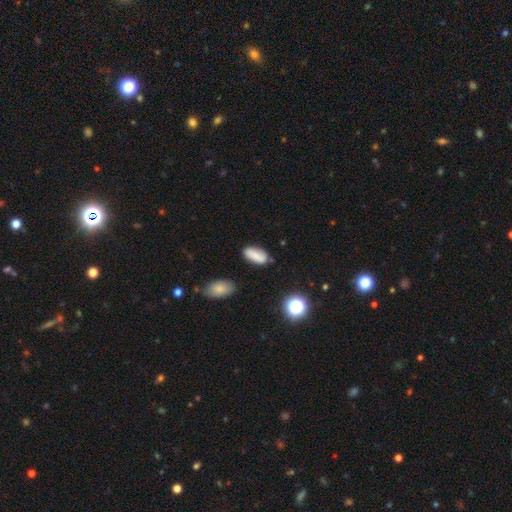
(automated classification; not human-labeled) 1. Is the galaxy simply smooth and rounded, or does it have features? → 79% smooth, 11% featured or disk, 10% star or artifact.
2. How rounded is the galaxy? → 87% in between, 9% cigar-shaped, 4% round.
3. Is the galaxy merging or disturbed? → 76% none, 16% minor disturbance, 4% major disturbance, 4% merger.